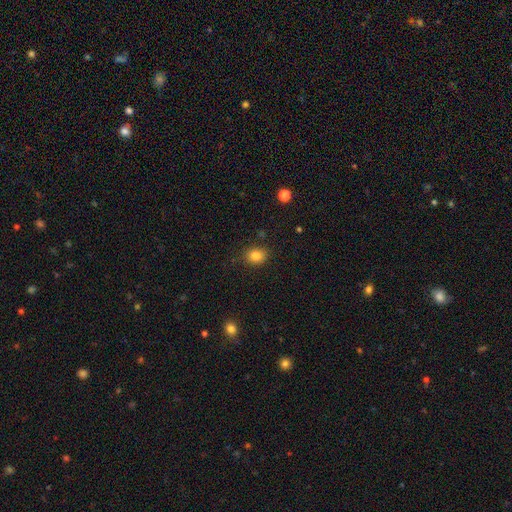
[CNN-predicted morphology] Smooth or featured: smooth — 84% (star or artifact — 11%)
How rounded: in between — 50% (round — 49%)
Merging: none — 83% (minor disturbance — 12%)